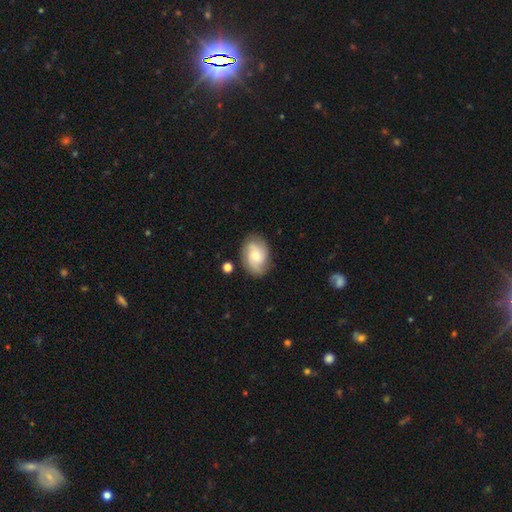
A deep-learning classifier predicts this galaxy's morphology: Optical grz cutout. It shows a featured or disk galaxy (52%) with no bar (67%), spiral arms (90%) and a moderate central bulge (41%). Merging: none (78%).